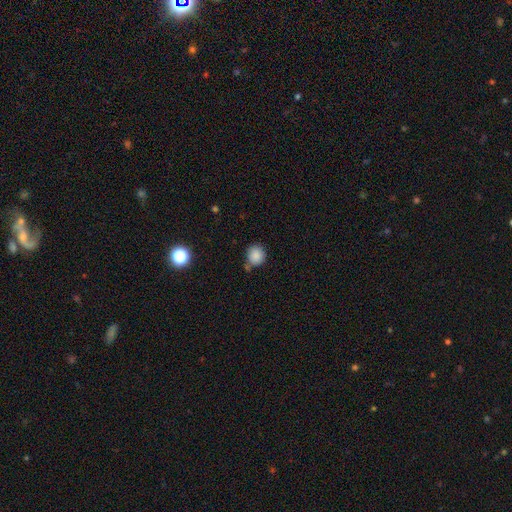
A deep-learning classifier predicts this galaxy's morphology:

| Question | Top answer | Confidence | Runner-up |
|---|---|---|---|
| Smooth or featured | smooth | 86% | star or artifact (10%) |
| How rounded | round | 84% | in between (15%) |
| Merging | none | 68% | minor disturbance (18%) |